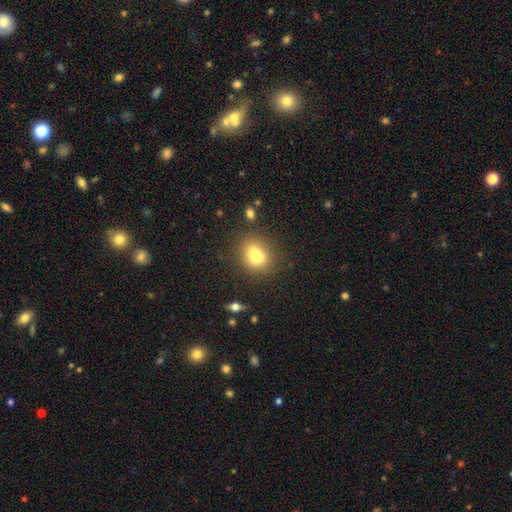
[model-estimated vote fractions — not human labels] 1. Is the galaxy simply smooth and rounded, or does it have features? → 68% smooth, 21% featured or disk, 11% star or artifact.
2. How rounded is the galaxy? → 61% round, 38% in between, 1% cigar-shaped.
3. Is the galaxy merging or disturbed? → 52% merger, 35% none, 9% minor disturbance, 4% major disturbance.